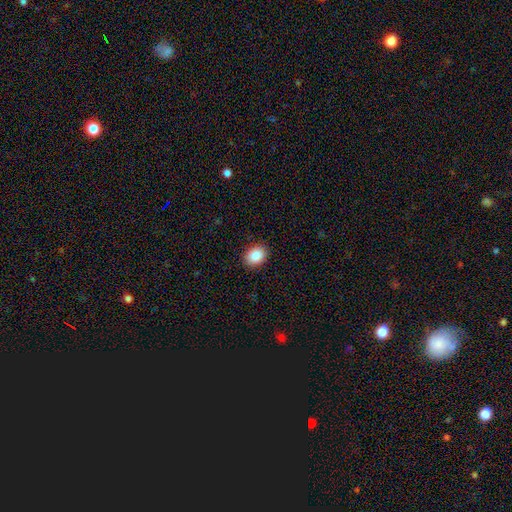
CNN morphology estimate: smooth-or-featured: smooth: 89% | star or artifact: 8% | featured or disk: 3%
  how-rounded: in between: 58% | round: 41% | cigar-shaped: 1%
  merging: none: 90% | minor disturbance: 7% | major disturbance: 2% | merger: 1%